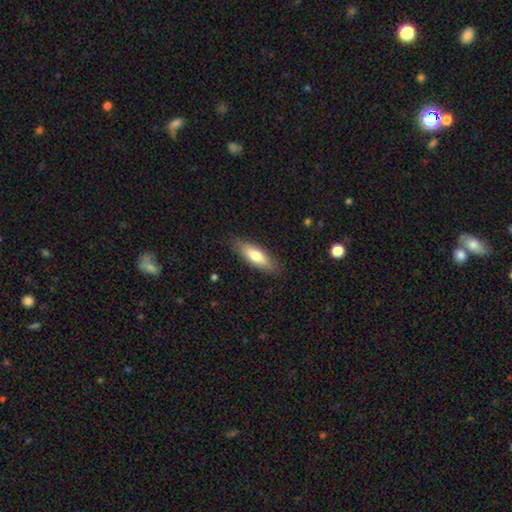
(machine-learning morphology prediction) Smooth or featured: smooth — 71% (featured or disk — 23%)
How rounded: in between — 53% (cigar-shaped — 45%)
Merging: none — 86% (minor disturbance — 11%)